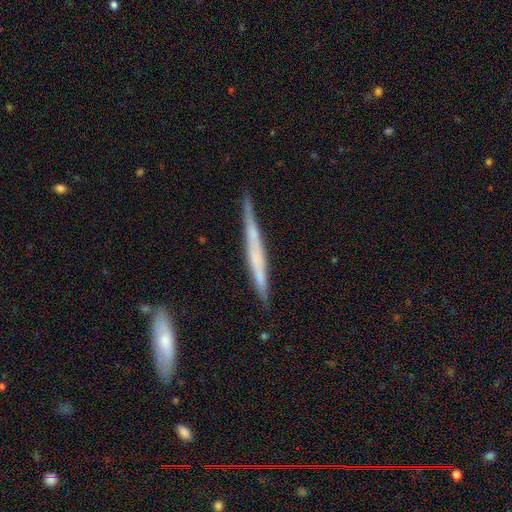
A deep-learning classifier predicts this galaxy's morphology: type=featured or disk (54%); edge-on=yes (95%); edge-on bulge=none (72%); merging=none (78%).